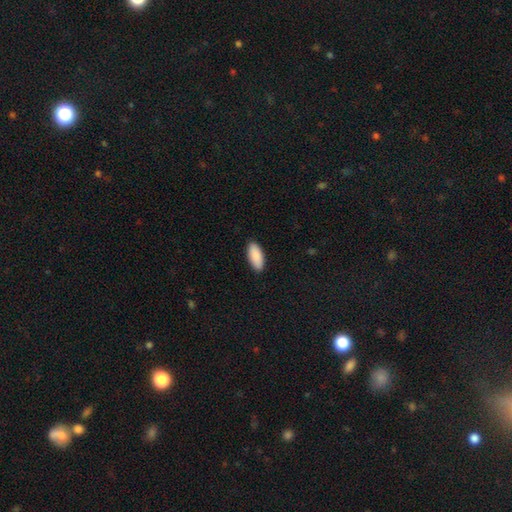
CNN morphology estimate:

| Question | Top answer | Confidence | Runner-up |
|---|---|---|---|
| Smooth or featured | smooth | 91% | star or artifact (5%) |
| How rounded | in between | 86% | cigar-shaped (12%) |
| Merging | none | 90% | minor disturbance (8%) |